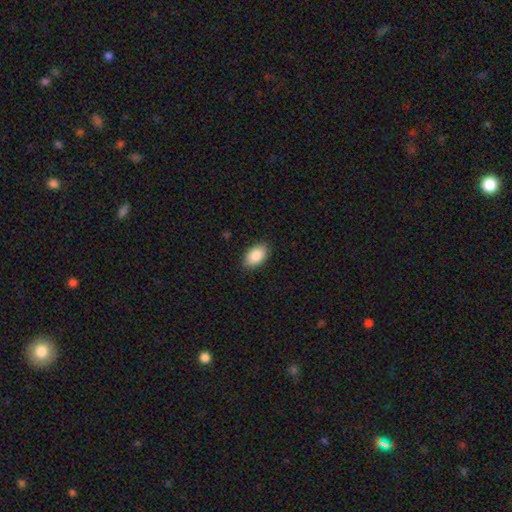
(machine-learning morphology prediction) This is clearly a smooth galaxy (88%). How rounded: clearly in between (93%). Merging: clearly none (88%).